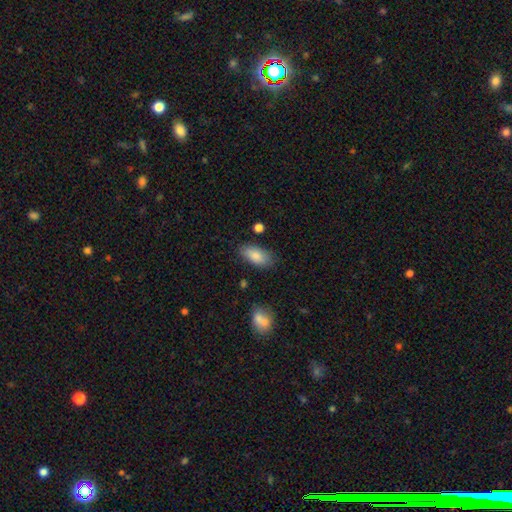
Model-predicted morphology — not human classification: A smooth galaxy with no disk features (85%) that is in between round and cigar-shaped (91%).

Vote fractions:
- Smooth or featured? smooth: 85% / featured or disk: 9% / star or artifact: 7%
- How rounded? in between: 91% / cigar-shaped: 7% / round: 3%
- Merging? none: 79% / minor disturbance: 15% / major disturbance: 3% / merger: 3%